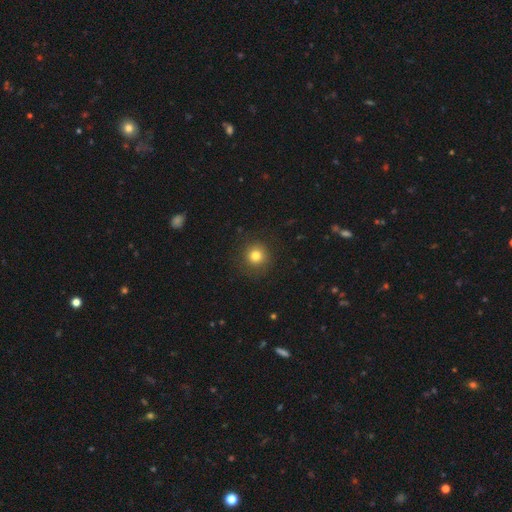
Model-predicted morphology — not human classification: A smooth galaxy with no disk features (80%) that is round (94%).

Vote fractions:
- Smooth or featured? smooth: 80% / star or artifact: 13% / featured or disk: 7%
- How rounded? round: 94% / in between: 5% / cigar-shaped: 1%
- Merging? none: 88% / minor disturbance: 8% / major disturbance: 3% / merger: 1%